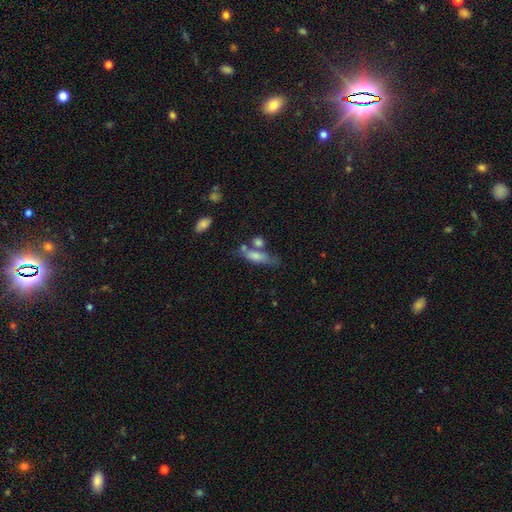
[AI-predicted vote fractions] Smooth or featured? Predicted: smooth (p=0.71). How rounded? Predicted: in between (p=0.51). Merging? Predicted: none (p=0.45).